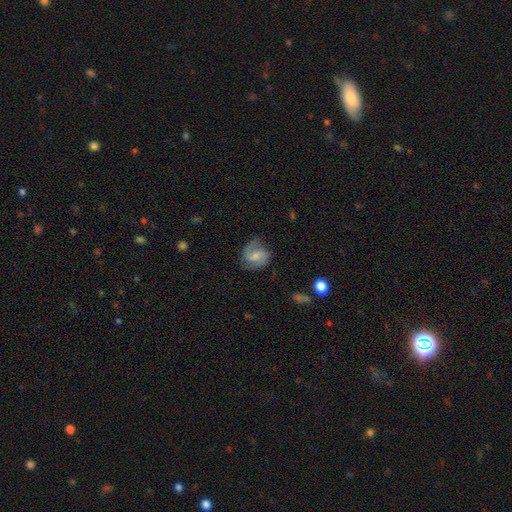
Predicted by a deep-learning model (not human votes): Q: Smooth or featured?
A: featured or disk (63%); runner-up: smooth (30%)
Q: Edge-on disk?
A: no (98%); runner-up: yes (2%)
Q: Bar?
A: no (48%); runner-up: weak (43%)
Q: Spiral arms?
A: yes (92%); runner-up: no (8%)
Q: Spiral winding?
A: medium (48%); runner-up: loose (28%)
Q: Spiral arm count?
A: 2 (71%); runner-up: 1 (11%)
Q: Bulge size?
A: small (46%); runner-up: moderate (33%)
Q: Merging?
A: none (61%); runner-up: minor disturbance (24%)